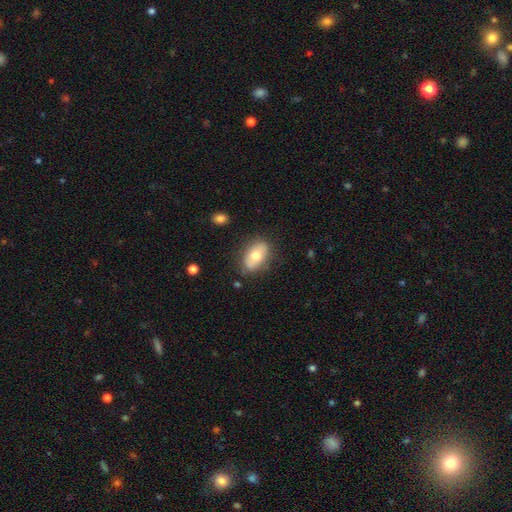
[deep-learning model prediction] Smooth or featured? Predicted: smooth (p=0.67). How rounded? Predicted: in between (p=0.89). Merging? Predicted: none (p=0.79).